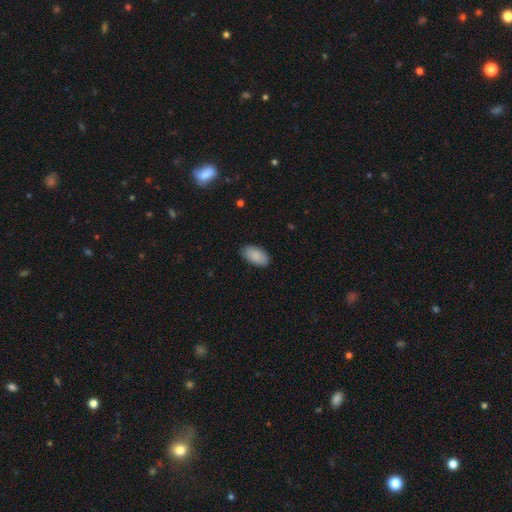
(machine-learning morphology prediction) The model was most divided on "merging": none: 85%, minor disturbance: 11%, major disturbance: 2%, merger: 1%. More confident: how rounded — in between (95%); smooth or featured — smooth (88%).